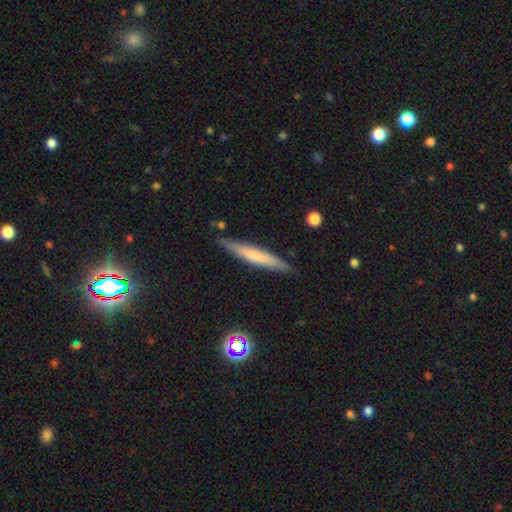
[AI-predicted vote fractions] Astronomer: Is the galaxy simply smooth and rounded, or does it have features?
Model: smooth — 54% (runner-up: featured or disk, 39%).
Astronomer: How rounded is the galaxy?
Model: cigar-shaped — 94%.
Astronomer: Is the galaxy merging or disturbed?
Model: none — 87%.